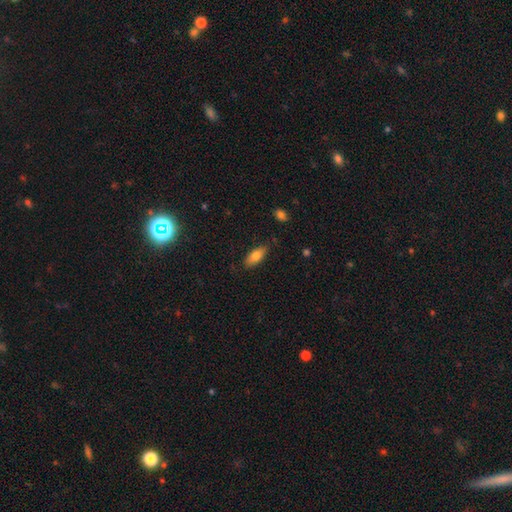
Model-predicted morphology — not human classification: Q: Smooth or featured?
A: smooth (75%); runner-up: featured or disk (18%)
Q: How rounded?
A: in between (78%); runner-up: cigar-shaped (19%)
Q: Merging?
A: none (82%); runner-up: minor disturbance (14%)